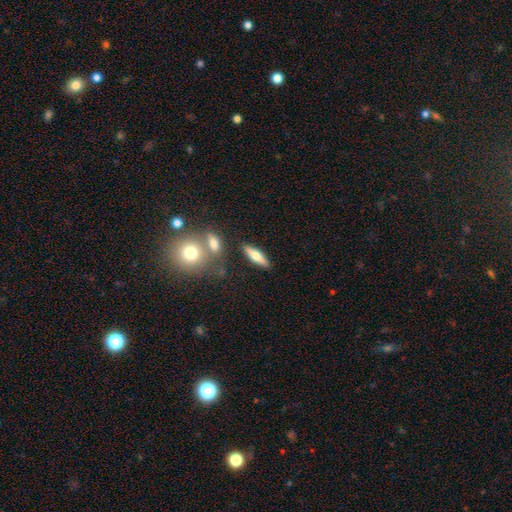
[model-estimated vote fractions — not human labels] Q: Smooth or featured?
A: smooth (56%); runner-up: featured or disk (37%)
Q: How rounded?
A: cigar-shaped (57%); runner-up: in between (39%)
Q: Merging?
A: none (80%); runner-up: minor disturbance (10%)